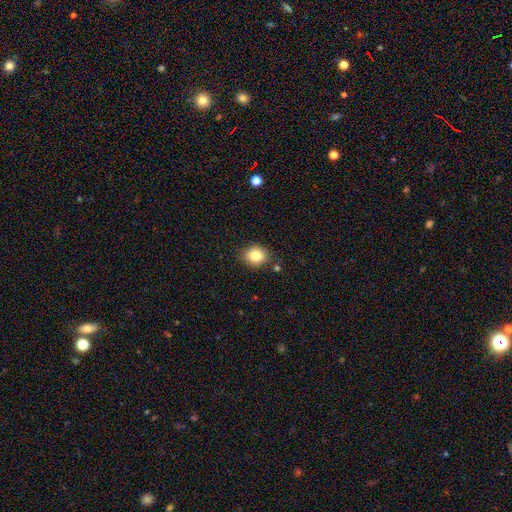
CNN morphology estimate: Overall: smooth (82%). How rounded: round (72%). Merging: none (85%).